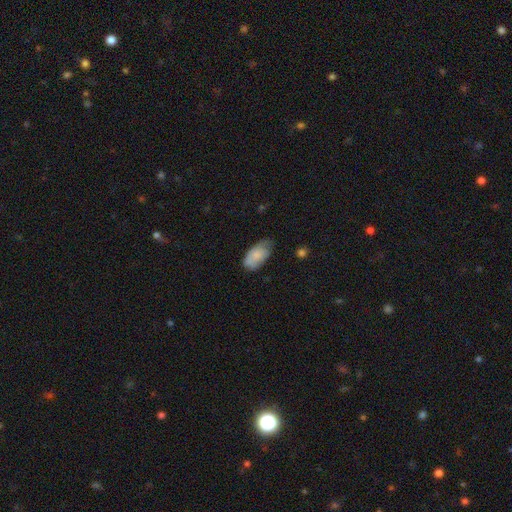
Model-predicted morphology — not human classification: type=smooth (79%); roundness=in between (94%); merging=none (51%).